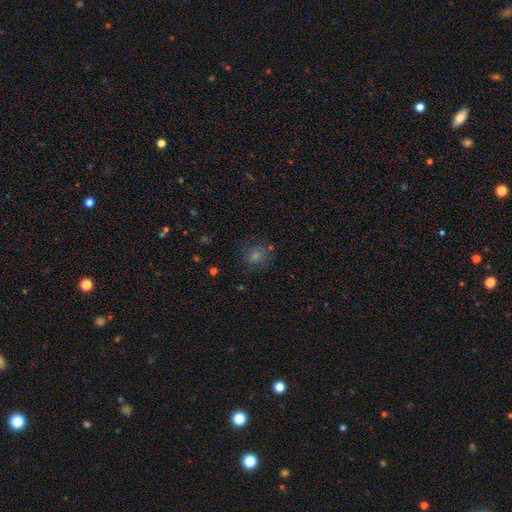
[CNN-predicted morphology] type=smooth (50%); merging=none (79%).